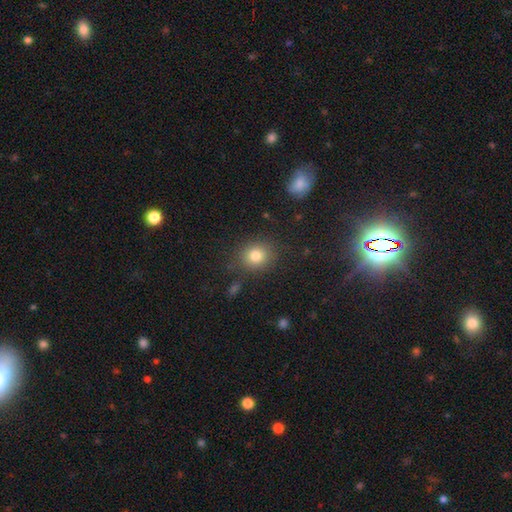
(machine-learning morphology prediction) type=smooth (80%); roundness=round (73%); merging=none (83%).